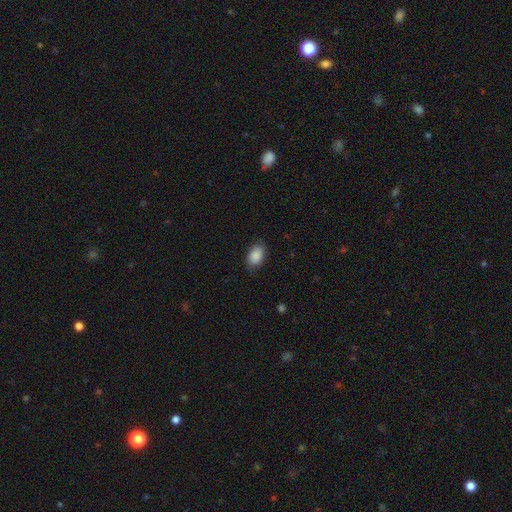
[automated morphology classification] Smooth or featured: smooth — 87% (star or artifact — 7%)
How rounded: in between — 86% (round — 13%)
Merging: none — 79% (minor disturbance — 17%)